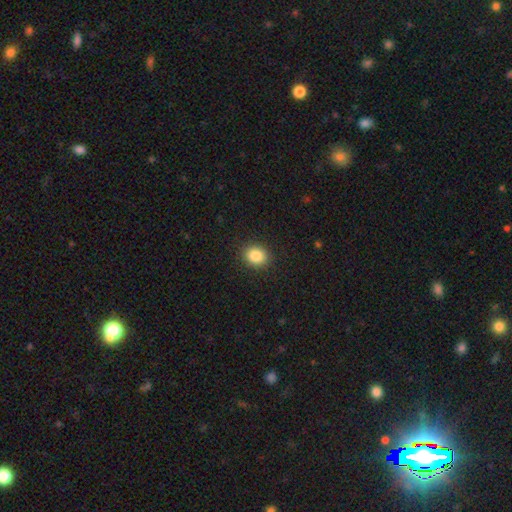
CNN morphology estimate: smooth 86%, star or artifact 9%, featured or disk 5%. Down the decision tree: how rounded — round (64%); merging — none (90%).